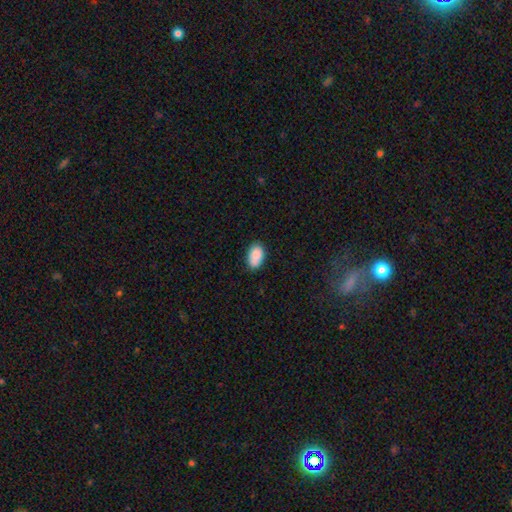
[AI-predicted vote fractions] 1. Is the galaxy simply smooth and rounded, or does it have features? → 88% smooth, 7% star or artifact, 5% featured or disk.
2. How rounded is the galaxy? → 92% in between, 6% round, 1% cigar-shaped.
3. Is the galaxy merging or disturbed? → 77% none, 17% minor disturbance, 3% major disturbance, 3% merger.